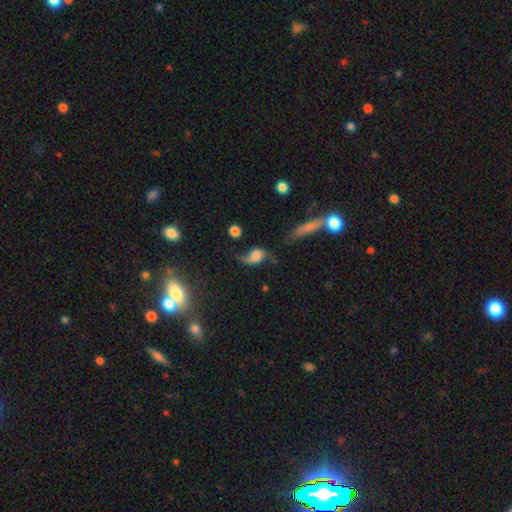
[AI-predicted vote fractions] The model was most divided on "bulge size": none: 31%, large: 27%, moderate: 17%, small: 13%, dominant: 12%. More confident: edge-on disk — no (94%); spiral arms — yes (93%); spiral arm count — 2 (90%); spiral winding — loose (87%); smooth or featured — featured or disk (72%); bar — no (66%); merging — none (57%).